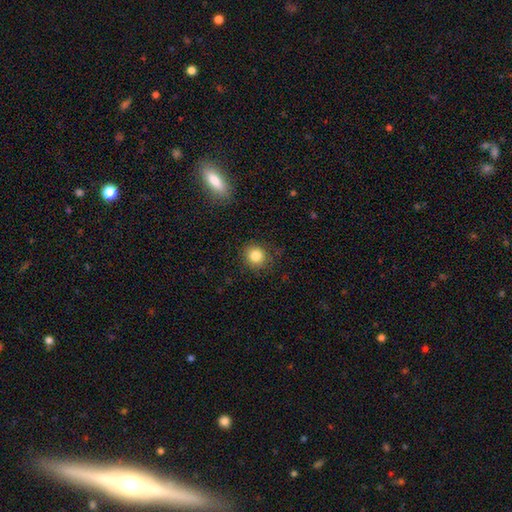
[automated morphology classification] A smooth galaxy with no disk features (83%) that is round (86%). Merging: none (86%).